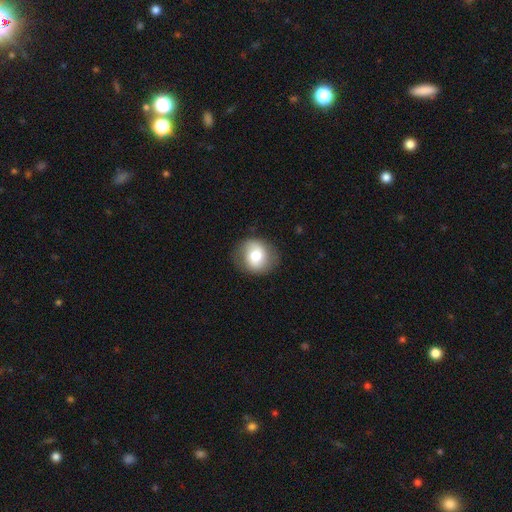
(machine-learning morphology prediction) Smooth or featured? Predicted: smooth (p=0.64). How rounded? Predicted: round (p=0.75). Merging? Predicted: none (p=0.80).